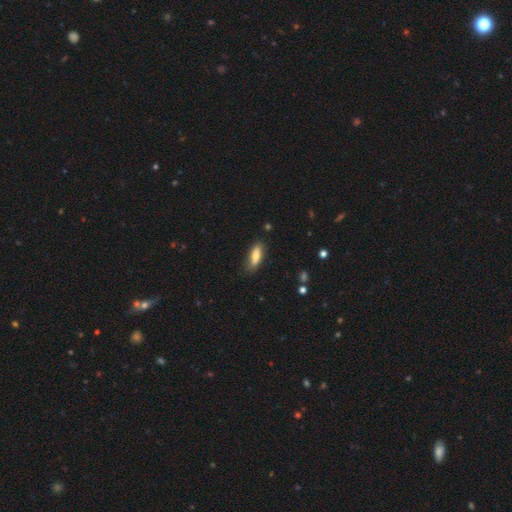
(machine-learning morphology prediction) type=smooth (75%); roundness=in between (60%); merging=none (75%).